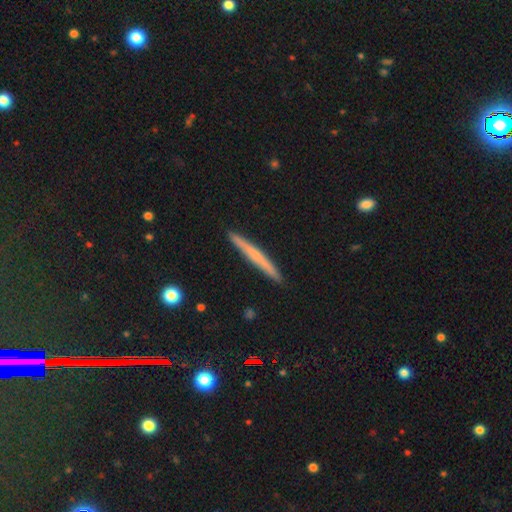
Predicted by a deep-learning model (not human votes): smooth_or_featured: smooth (p=0.54) [alt: featured or disk p=0.40]
how_rounded: cigar-shaped (p=0.97) [alt: in between p=0.02]
merging: none (p=0.92) [alt: minor disturbance p=0.06]